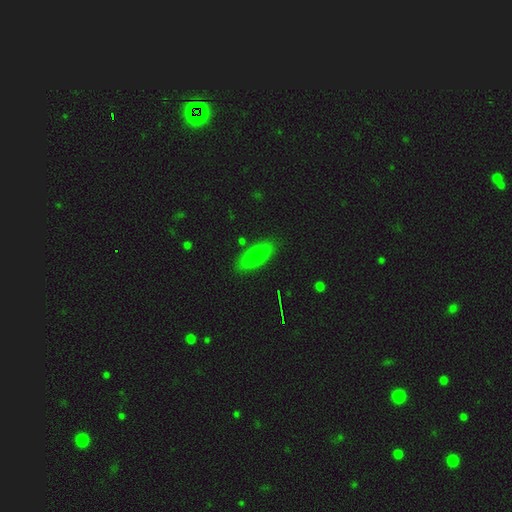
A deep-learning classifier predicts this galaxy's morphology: Smooth or featured: smooth — 77% (featured or disk — 15%)
How rounded: in between — 72% (cigar-shaped — 25%)
Merging: none — 85% (minor disturbance — 11%)